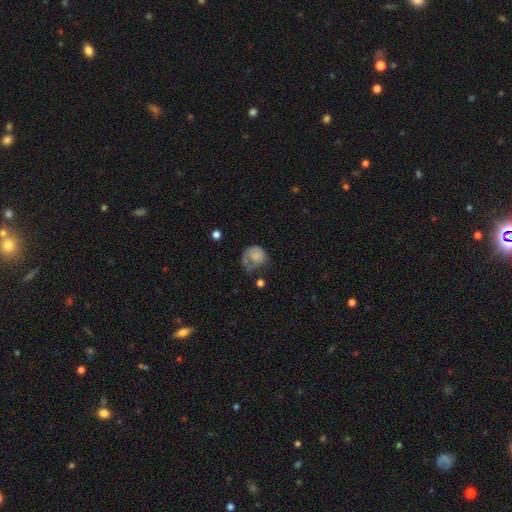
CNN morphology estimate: Smooth or featured: smooth — 66% (featured or disk — 26%)
How rounded: round — 70% (in between — 29%)
Merging: major disturbance — 38% (none — 29%)